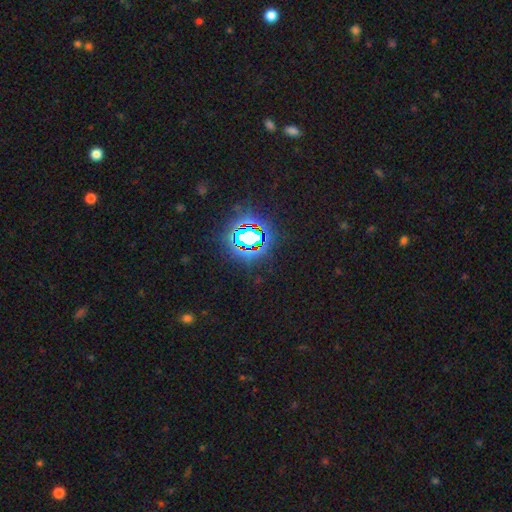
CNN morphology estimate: smooth_or_featured: star or artifact (p=0.83) [alt: smooth p=0.10]